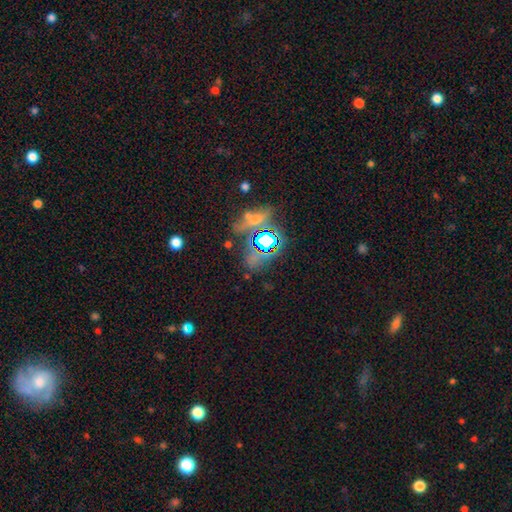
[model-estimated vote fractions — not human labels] Smooth or featured: star or artifact — 63% (smooth — 24%)